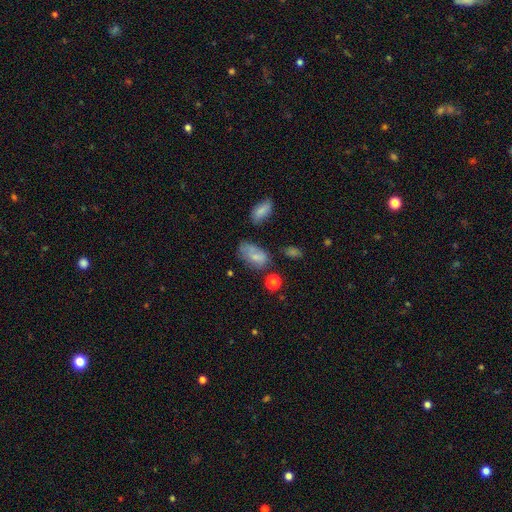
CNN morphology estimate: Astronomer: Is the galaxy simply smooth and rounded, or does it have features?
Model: smooth — 71%.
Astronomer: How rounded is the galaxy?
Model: in between — 89%.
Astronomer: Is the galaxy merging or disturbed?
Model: none — 43% (runner-up: minor disturbance, 30%).